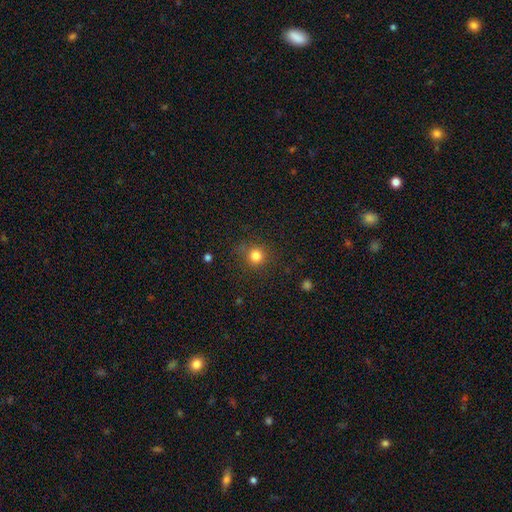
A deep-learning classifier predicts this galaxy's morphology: The model was most divided on "smooth or featured": smooth: 81%, star or artifact: 14%, featured or disk: 5%. More confident: how rounded — round (92%); merging — none (83%).